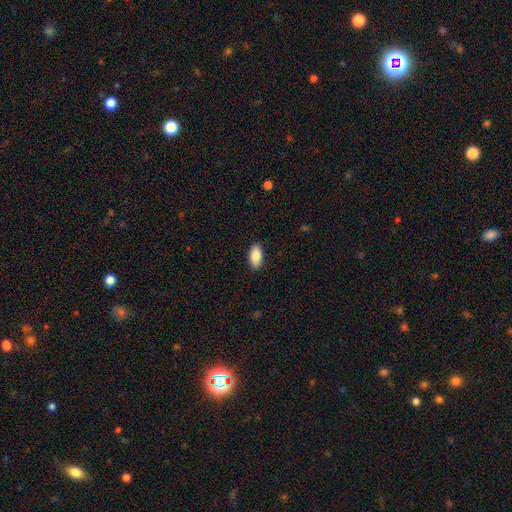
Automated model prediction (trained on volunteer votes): This is clearly a smooth galaxy (87%). How rounded: clearly in between (92%). Merging: clearly none (89%).